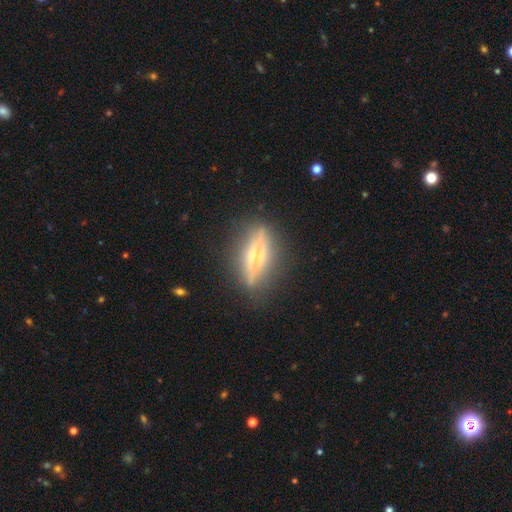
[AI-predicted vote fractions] Smooth or featured: featured or disk — 71% (smooth — 22%)
Edge-on disk: yes — 84% (no — 16%)
Edge-on bulge: rounded — 78% (boxy — 12%)
Merging: none — 74% (minor disturbance — 18%)